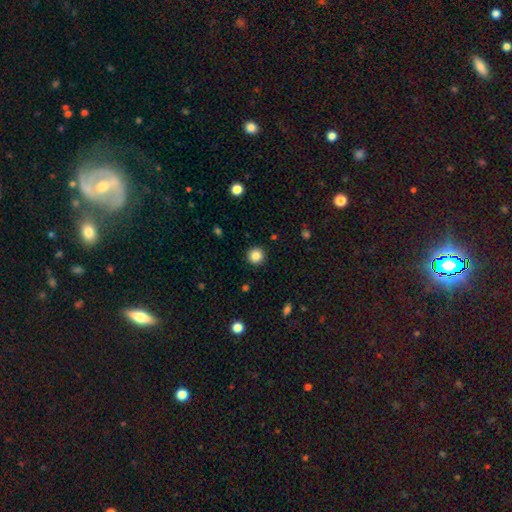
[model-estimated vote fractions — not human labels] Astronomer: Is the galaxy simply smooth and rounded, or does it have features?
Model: smooth — 85%.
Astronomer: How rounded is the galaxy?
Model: round — 95%.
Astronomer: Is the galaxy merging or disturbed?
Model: none — 92%.